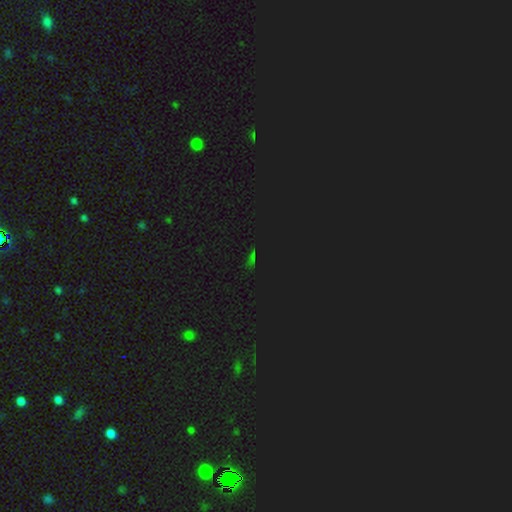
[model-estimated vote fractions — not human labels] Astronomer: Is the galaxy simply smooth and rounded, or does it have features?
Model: star or artifact — 72%.